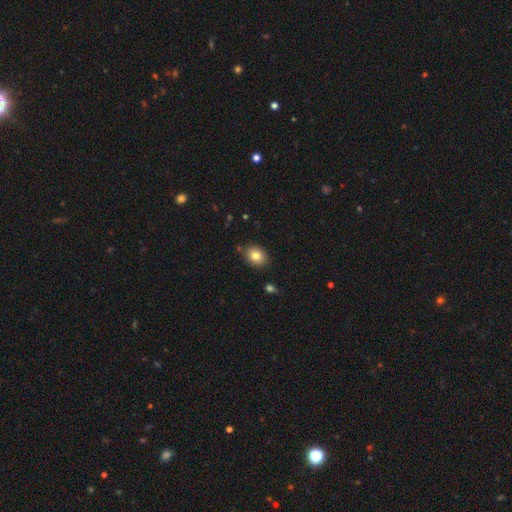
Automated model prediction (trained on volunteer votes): This appears to be a smooth galaxy with no disk features (82%) that is in between round and cigar-shaped (59%). Merging: none (85%).